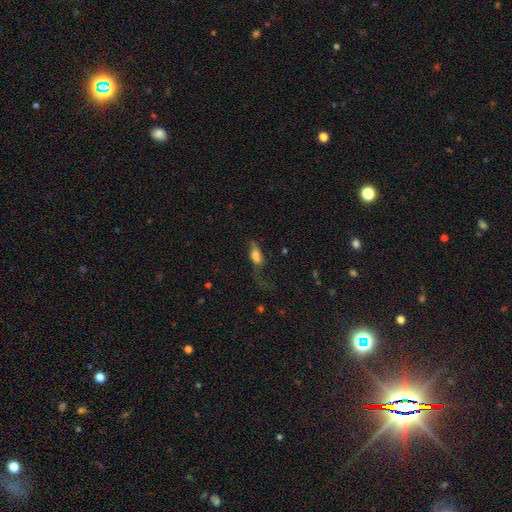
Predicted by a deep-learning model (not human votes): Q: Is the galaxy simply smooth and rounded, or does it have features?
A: smooth — 60%.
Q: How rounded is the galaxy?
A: in between — 77%.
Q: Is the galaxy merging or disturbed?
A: major disturbance — 43%.